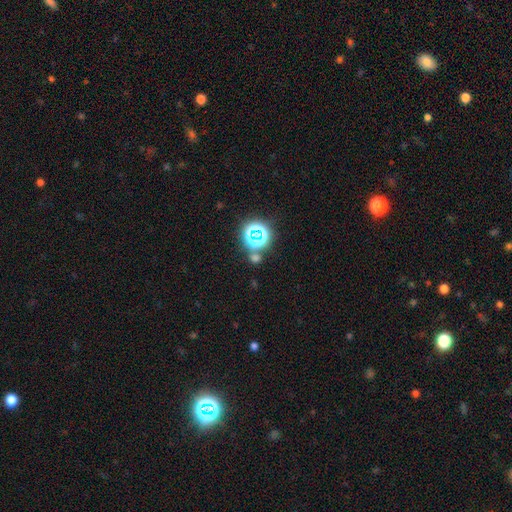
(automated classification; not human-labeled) This appears to be a star or artifact, not a galaxy (67%).